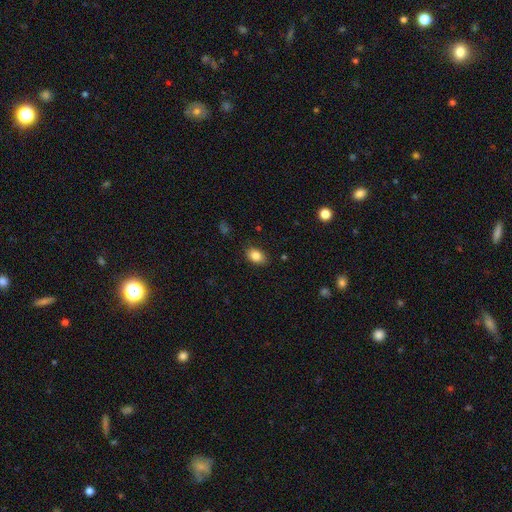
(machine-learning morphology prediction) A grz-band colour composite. It shows a smooth galaxy with no disk features (84%) that is in between round and cigar-shaped (86%). Merging: none (86%).